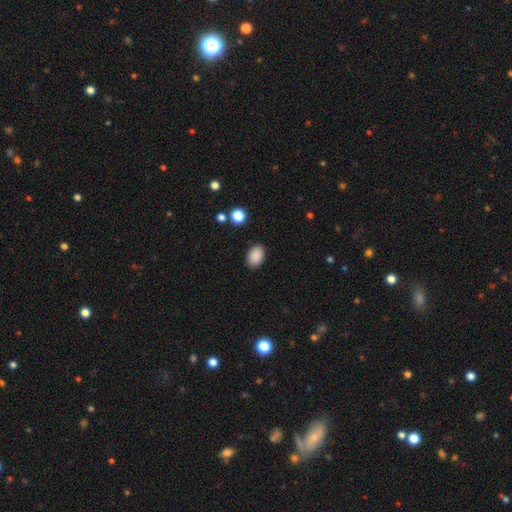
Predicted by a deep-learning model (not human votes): Smooth or featured? Predicted: smooth (p=0.89). How rounded? Predicted: in between (p=0.82). Merging? Predicted: none (p=0.87).